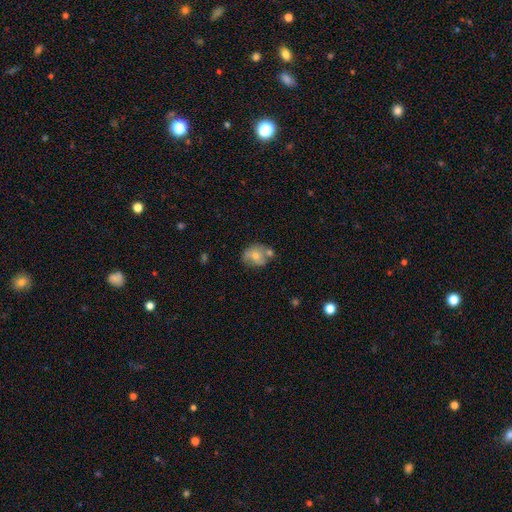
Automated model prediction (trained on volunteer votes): This appears to be a smooth galaxy with no disk features (59%) that is round (54%). Merging: none (48%).